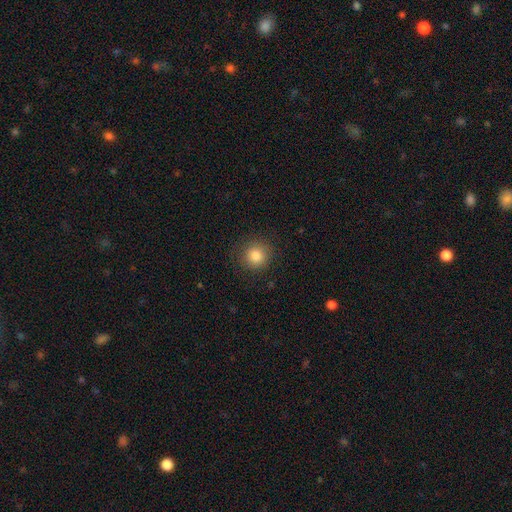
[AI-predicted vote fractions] Smooth or featured? Predicted: smooth (p=0.83). How rounded? Predicted: round (p=0.92). Merging? Predicted: none (p=0.89).